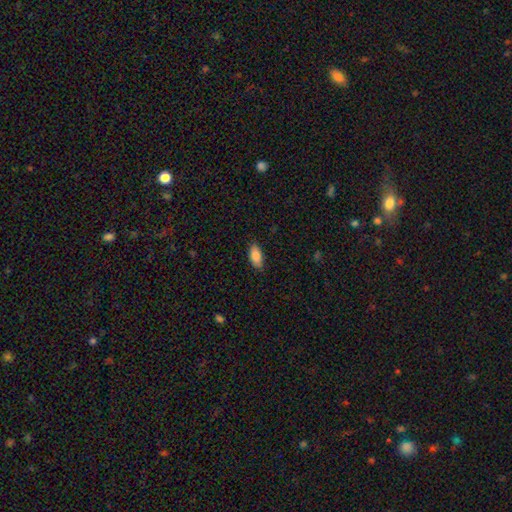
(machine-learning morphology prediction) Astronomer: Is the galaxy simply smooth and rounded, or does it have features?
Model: smooth — 86%.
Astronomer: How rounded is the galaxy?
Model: in between — 90%.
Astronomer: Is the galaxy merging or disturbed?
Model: none — 84%.